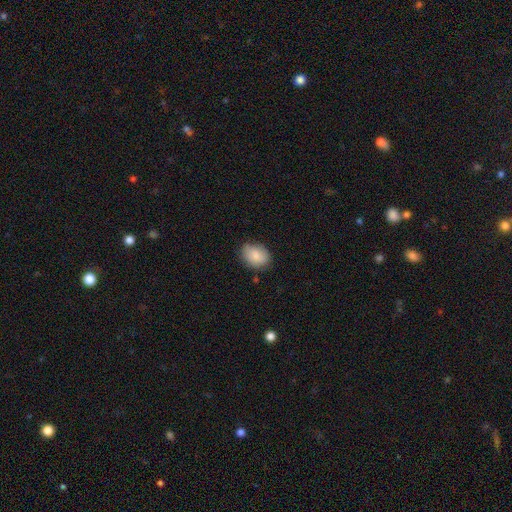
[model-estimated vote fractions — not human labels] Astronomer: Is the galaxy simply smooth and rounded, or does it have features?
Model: smooth — 84%.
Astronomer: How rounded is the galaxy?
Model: in between — 67%.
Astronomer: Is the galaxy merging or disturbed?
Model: none — 78%.